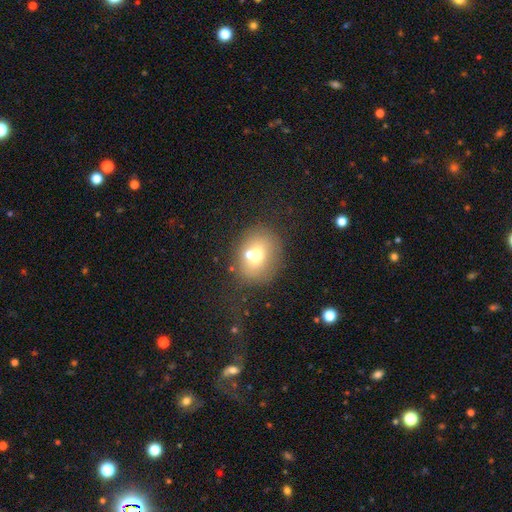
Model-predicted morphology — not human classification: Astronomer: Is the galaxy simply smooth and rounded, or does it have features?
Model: smooth — 65%.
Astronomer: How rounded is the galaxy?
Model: round — 64%.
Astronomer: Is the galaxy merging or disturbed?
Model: none — 56%.